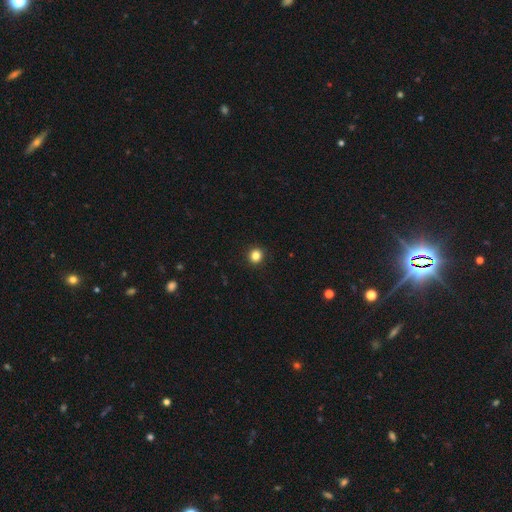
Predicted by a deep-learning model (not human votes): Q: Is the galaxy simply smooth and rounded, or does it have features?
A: smooth — 84%.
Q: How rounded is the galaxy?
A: round — 89%.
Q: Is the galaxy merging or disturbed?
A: none — 93%.